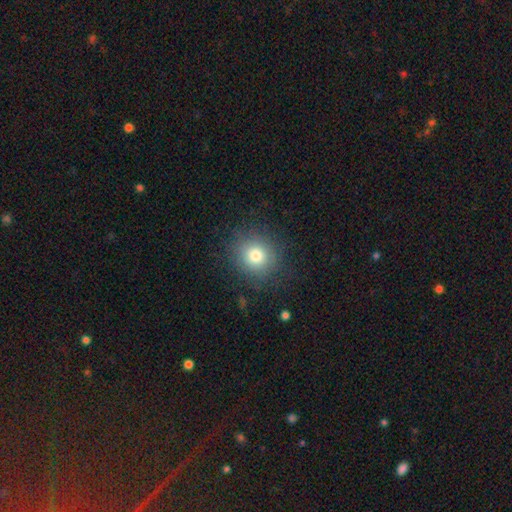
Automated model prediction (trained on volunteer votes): Smooth or featured: smooth — 78% (star or artifact — 12%)
How rounded: round — 86% (in between — 13%)
Merging: none — 84% (minor disturbance — 11%)